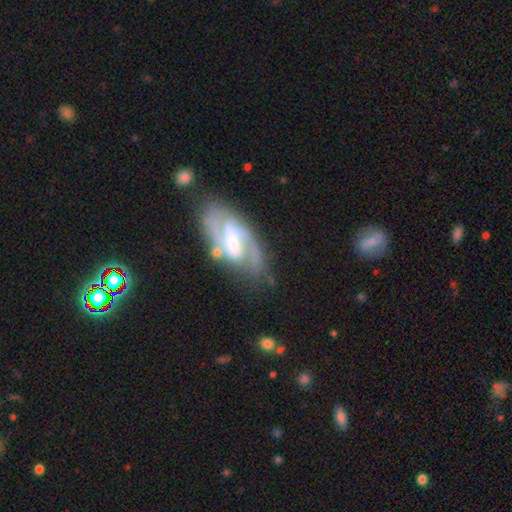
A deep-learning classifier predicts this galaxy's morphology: The model was most divided on "bulge size": moderate: 35%, small: 32%, none: 20%, large: 11%, dominant: 2%. Remaining: spiral arms — yes (94%); edge-on disk — no (93%); smooth or featured — featured or disk (82%); spiral arm count — 2 (80%); merging — none (72%); spiral winding — medium (49%); bar — weak (43%).